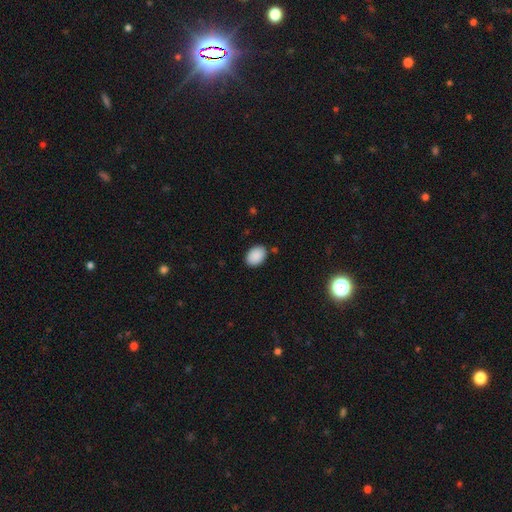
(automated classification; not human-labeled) Smooth or featured: smooth — 90% (star or artifact — 7%)
How rounded: in between — 80% (round — 19%)
Merging: none — 86% (minor disturbance — 10%)